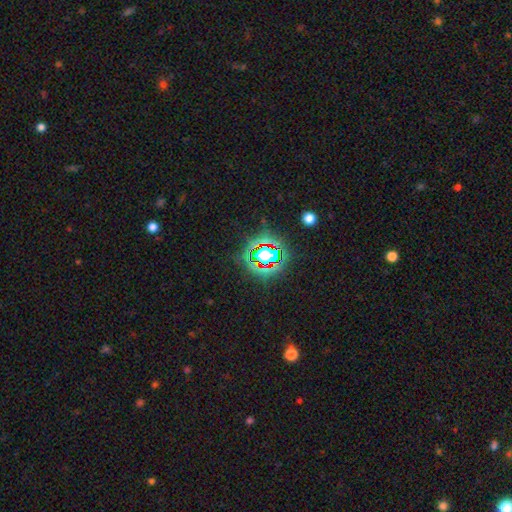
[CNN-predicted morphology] Smooth or featured? Predicted: star or artifact (p=0.79).